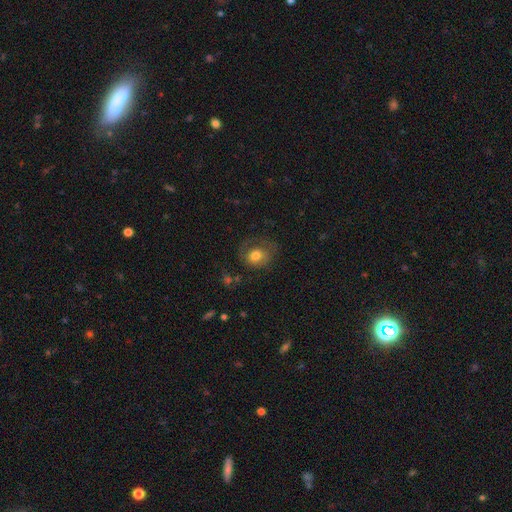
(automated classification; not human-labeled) Smooth or featured? smooth (66%)
How rounded? round (65%)
Merging? none (55%)